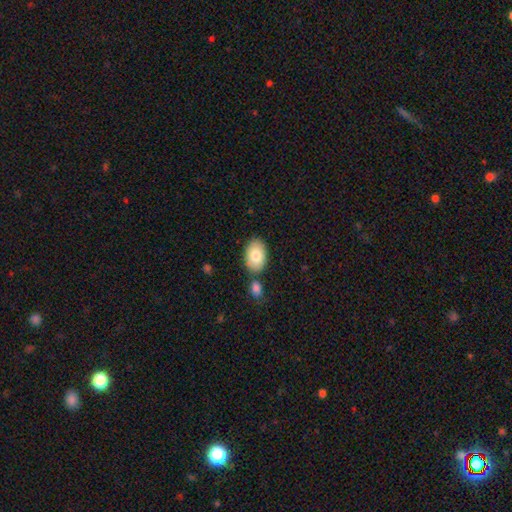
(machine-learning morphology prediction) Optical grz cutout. It shows a smooth galaxy with no disk features (81%) that is in between round and cigar-shaped (90%). Merging: none (73%).